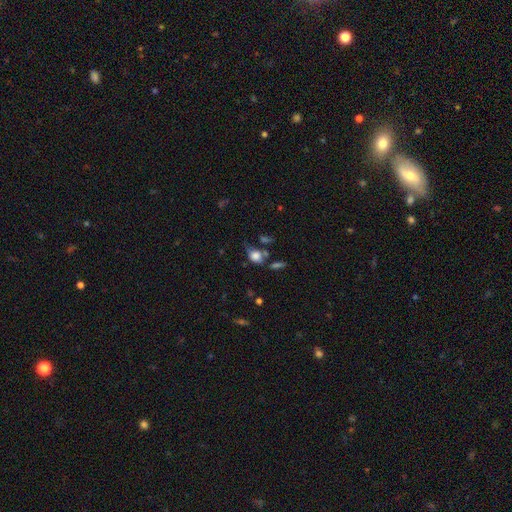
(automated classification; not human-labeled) A smooth galaxy with no disk features (75%) that is in between round and cigar-shaped (58%).

Vote fractions:
- Smooth or featured? smooth: 75% / featured or disk: 14% / star or artifact: 12%
- How rounded? in between: 58% / round: 39% / cigar-shaped: 3%
- Merging? none: 41% / minor disturbance: 27% / major disturbance: 17% / merger: 16%